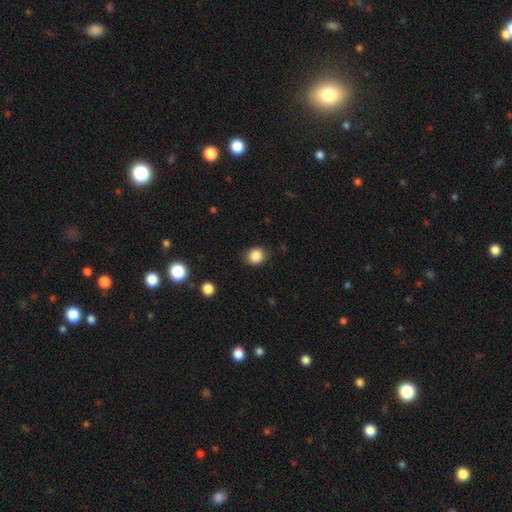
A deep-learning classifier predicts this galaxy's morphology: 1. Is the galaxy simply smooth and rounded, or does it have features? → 86% smooth, 10% star or artifact, 4% featured or disk.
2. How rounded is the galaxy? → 67% round, 32% in between, 1% cigar-shaped.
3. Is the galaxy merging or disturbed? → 83% none, 13% minor disturbance, 3% major disturbance, 1% merger.